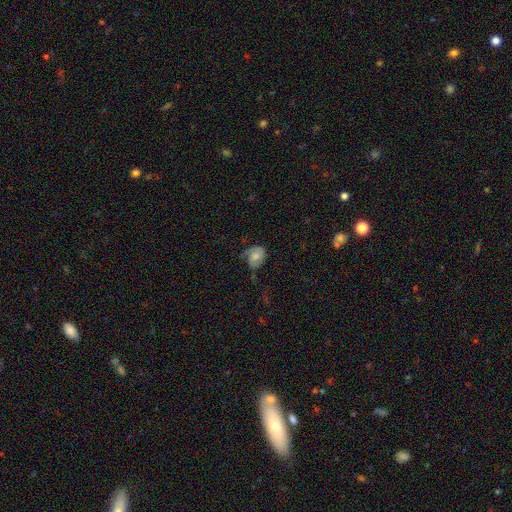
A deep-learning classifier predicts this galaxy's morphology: Q: Smooth or featured?
A: smooth (54%); runner-up: featured or disk (38%)
Q: How rounded?
A: in between (59%); runner-up: round (40%)
Q: Merging?
A: none (44%); runner-up: minor disturbance (32%)